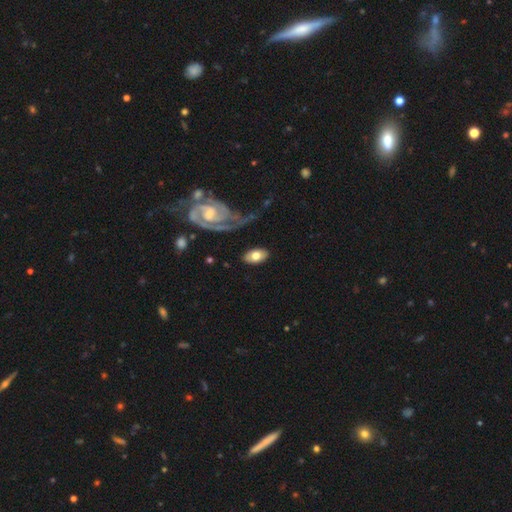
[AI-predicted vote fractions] This appears to be a smooth galaxy with no disk features (63%) that is in between round and cigar-shaped (90%). Merging: none (76%).